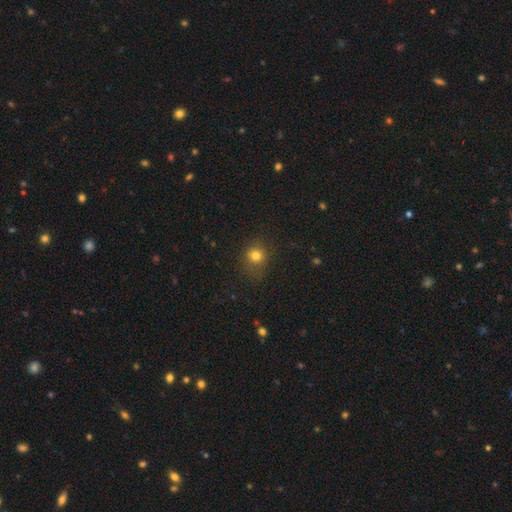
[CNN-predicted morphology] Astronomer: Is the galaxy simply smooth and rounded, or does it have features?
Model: smooth — 77%.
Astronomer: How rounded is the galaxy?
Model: round — 81%.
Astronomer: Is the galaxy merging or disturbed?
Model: none — 77%.